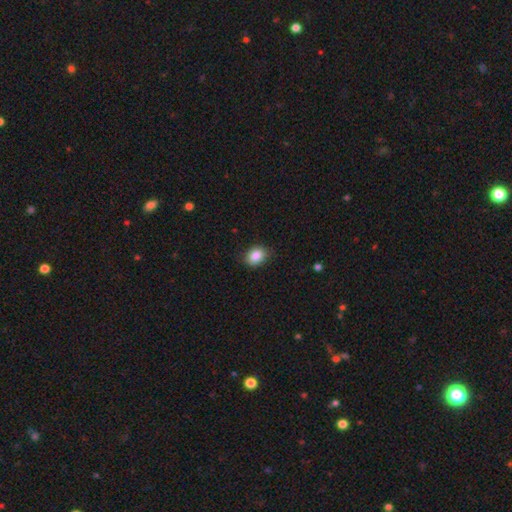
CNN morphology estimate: This is clearly a smooth galaxy (86%). How rounded: possibly in between (59%). Merging: clearly none (84%).